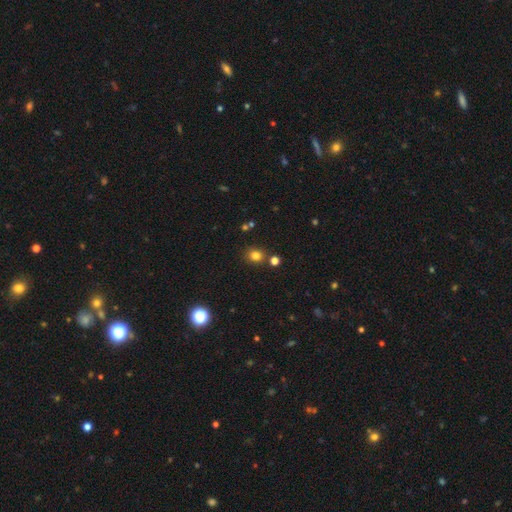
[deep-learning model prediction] Smooth or featured: smooth — 79% (star or artifact — 16%)
How rounded: round — 79% (in between — 20%)
Merging: none — 80% (minor disturbance — 9%)